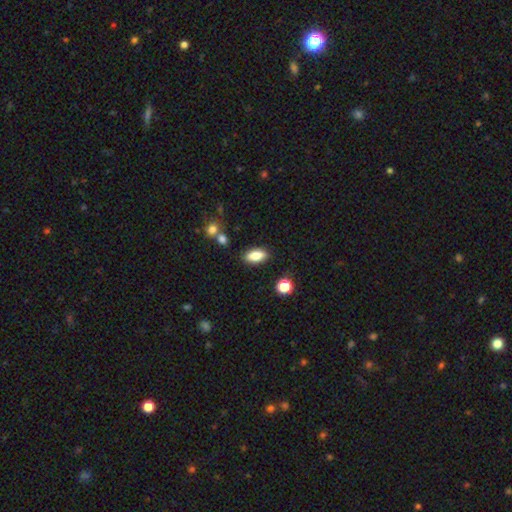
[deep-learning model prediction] A smooth galaxy with no disk features (81%) that is in between round and cigar-shaped (83%). Merging: none (84%).